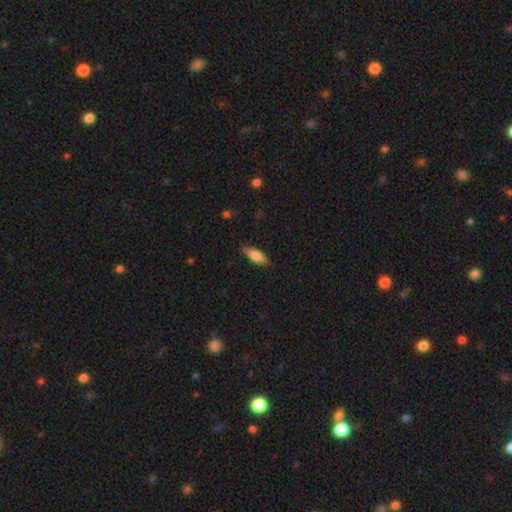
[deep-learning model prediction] Smooth or featured? smooth (78%)
How rounded? in between (63%)
Merging? none (84%)